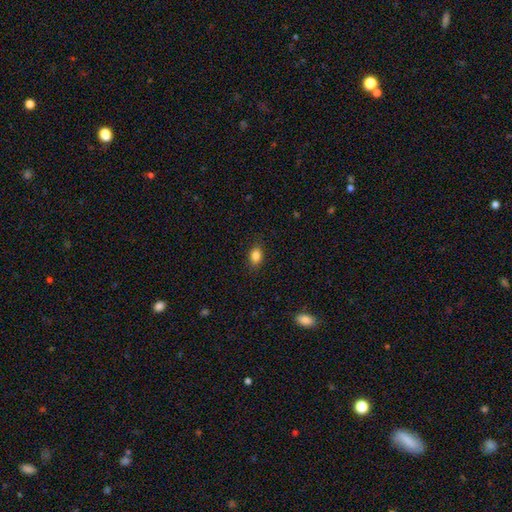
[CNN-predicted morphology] Smooth or featured?
  - smooth: 85% *
  - star or artifact: 10%
  - featured or disk: 5%
How rounded?
  - in between: 73% *
  - round: 26%
  - cigar-shaped: 2%
Merging?
  - none: 87% *
  - minor disturbance: 10%
  - major disturbance: 2%
  - merger: 1%